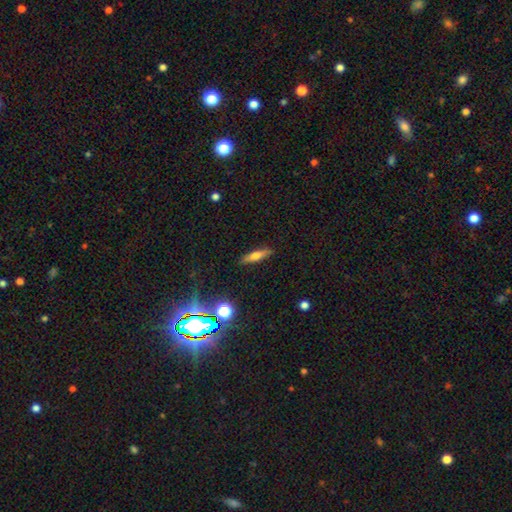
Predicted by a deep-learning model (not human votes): smooth-or-featured: smooth: 61% | featured or disk: 30% | star or artifact: 10%
  how-rounded: cigar-shaped: 76% | in between: 21% | round: 3%
  merging: none: 89% | minor disturbance: 8% | major disturbance: 2% | merger: 1%